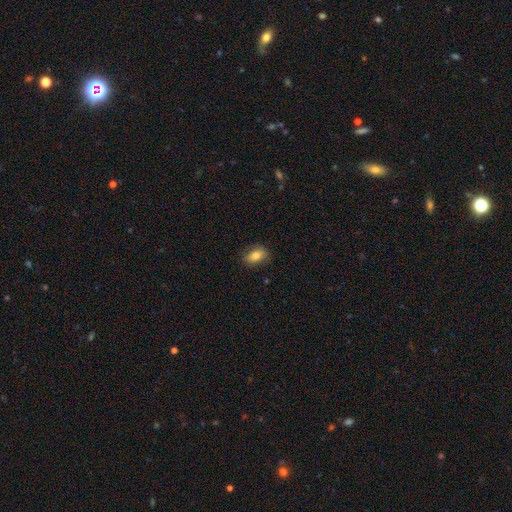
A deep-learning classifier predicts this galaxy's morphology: Smooth or featured?
  - smooth: 79% *
  - featured or disk: 13%
  - star or artifact: 9%
How rounded?
  - in between: 81% *
  - round: 16%
  - cigar-shaped: 3%
Merging?
  - none: 81% *
  - minor disturbance: 15%
  - major disturbance: 3%
  - merger: 1%